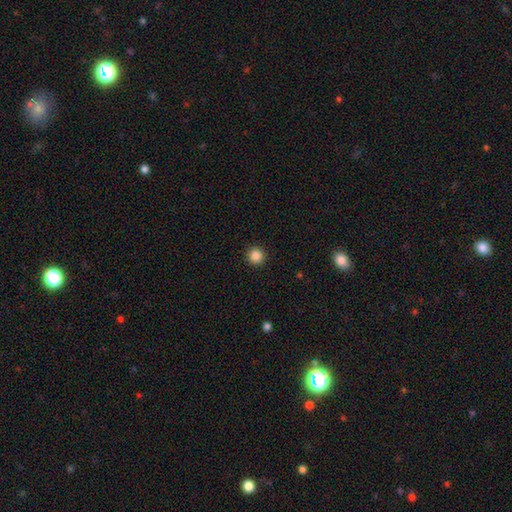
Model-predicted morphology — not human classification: This is clearly a smooth galaxy (87%). How rounded: clearly round (95%). Merging: clearly none (93%).